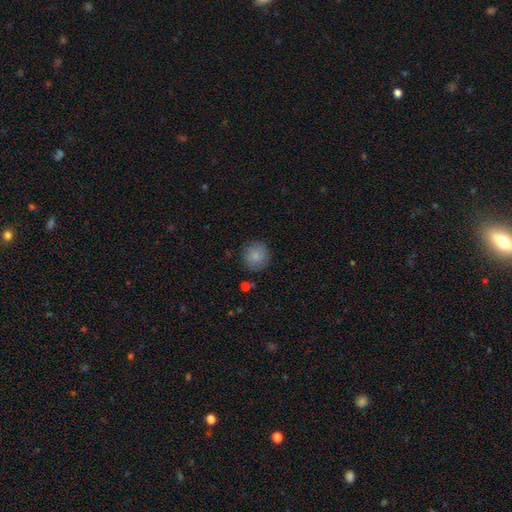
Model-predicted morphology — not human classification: A smooth galaxy with no disk features (85%) that is round (92%).

Vote fractions:
- Smooth or featured? smooth: 85% / star or artifact: 8% / featured or disk: 7%
- How rounded? round: 92% / in between: 7% / cigar-shaped: 1%
- Merging? none: 86% / minor disturbance: 10% / major disturbance: 3% / merger: 2%